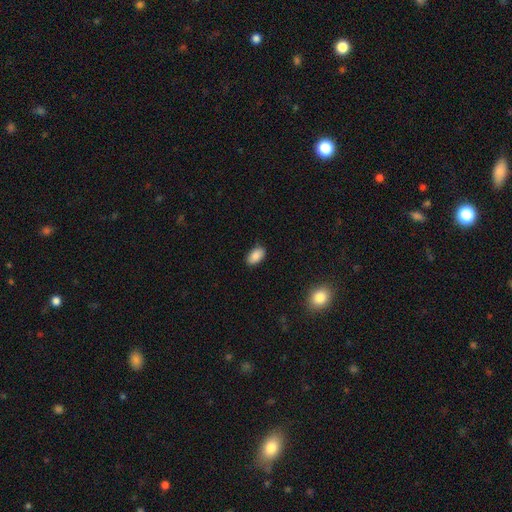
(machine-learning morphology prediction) This is clearly a smooth galaxy (87%). How rounded: clearly in between (93%). Merging: clearly none (87%).